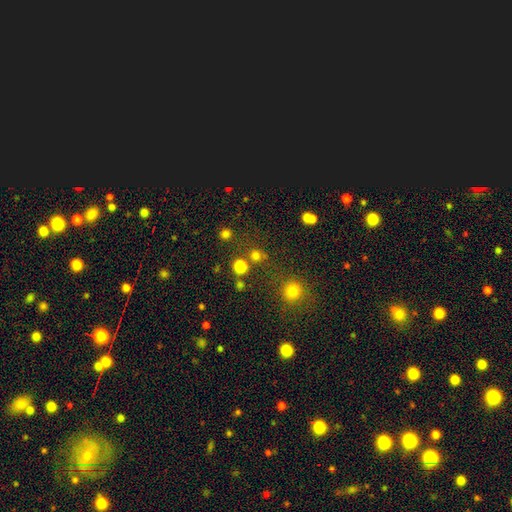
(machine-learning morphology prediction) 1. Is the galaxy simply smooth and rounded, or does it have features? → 74% smooth, 20% star or artifact, 6% featured or disk.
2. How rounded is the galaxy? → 91% round, 8% in between, 1% cigar-shaped.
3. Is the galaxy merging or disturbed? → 74% none, 14% merger, 8% minor disturbance, 4% major disturbance.